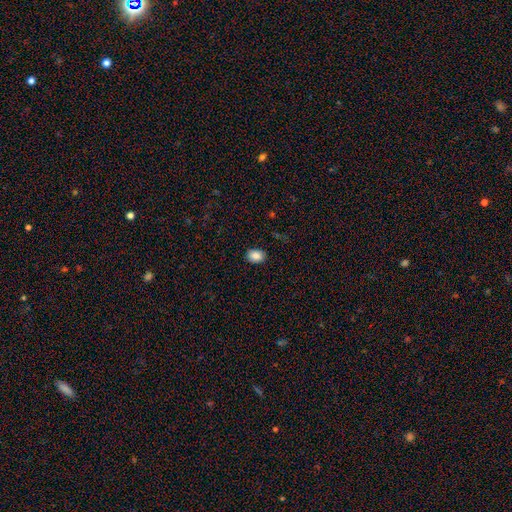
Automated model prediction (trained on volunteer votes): The model was most divided on "how rounded": in between: 72%, round: 27%, cigar-shaped: 1%. More confident: merging — none (87%); smooth or featured — smooth (87%).